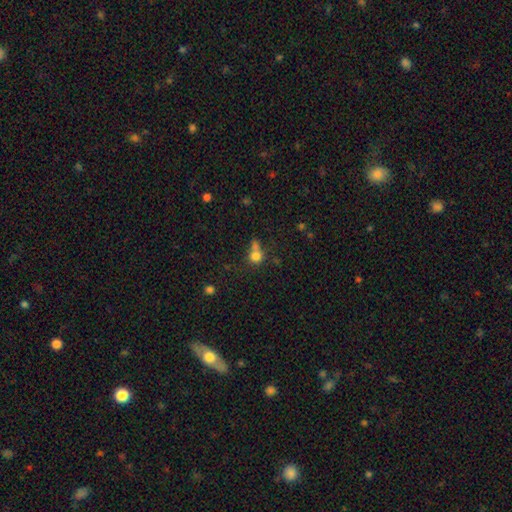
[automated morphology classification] Q: Smooth or featured?
A: smooth (77%); runner-up: star or artifact (13%)
Q: How rounded?
A: round (82%); runner-up: in between (17%)
Q: Merging?
A: merger (43%); runner-up: none (40%)